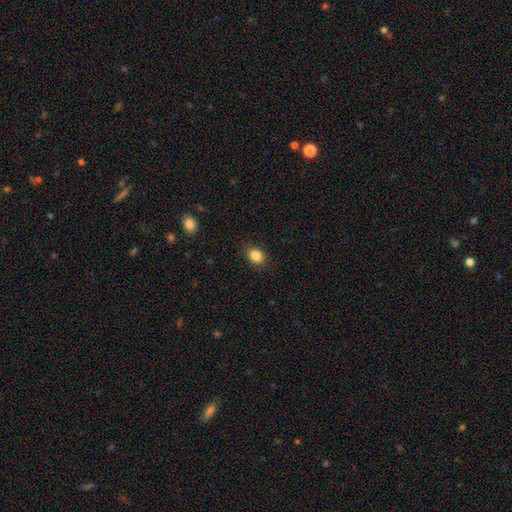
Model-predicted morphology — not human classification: Smooth or featured?
  - smooth: 86% *
  - star or artifact: 9%
  - featured or disk: 5%
How rounded?
  - in between: 70% *
  - round: 29%
  - cigar-shaped: 1%
Merging?
  - none: 87% *
  - minor disturbance: 10%
  - major disturbance: 3%
  - merger: 1%